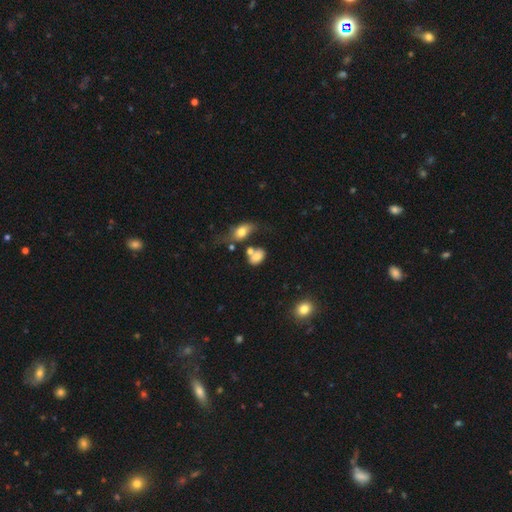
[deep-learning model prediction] The model was most divided on "merging": none: 38%, merger: 33%, minor disturbance: 18%, major disturbance: 11%. More confident: how rounded — in between (77%); smooth or featured — smooth (75%).